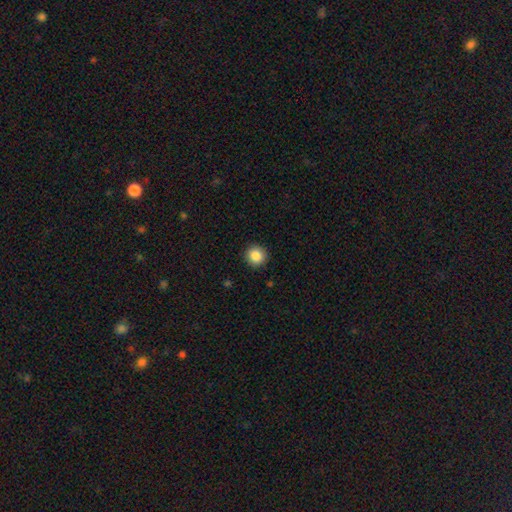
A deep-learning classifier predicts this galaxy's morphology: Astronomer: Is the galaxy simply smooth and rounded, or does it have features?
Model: smooth — 87%.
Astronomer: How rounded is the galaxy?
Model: round — 94%.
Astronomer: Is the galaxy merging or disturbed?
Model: none — 92%.